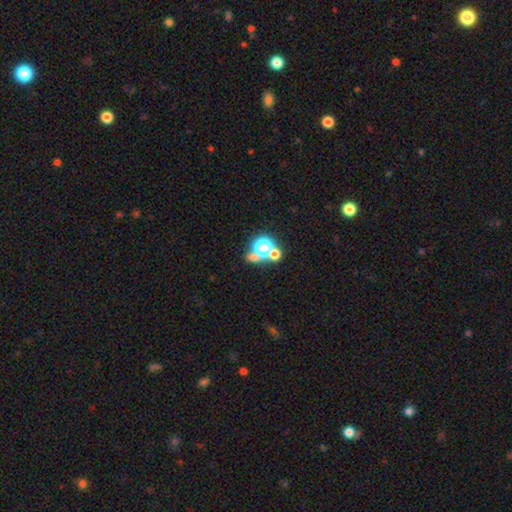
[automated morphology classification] A star or artifact, not a galaxy (51%).

Vote fractions:
- Smooth or featured? star or artifact: 51% / smooth: 38% / featured or disk: 11%